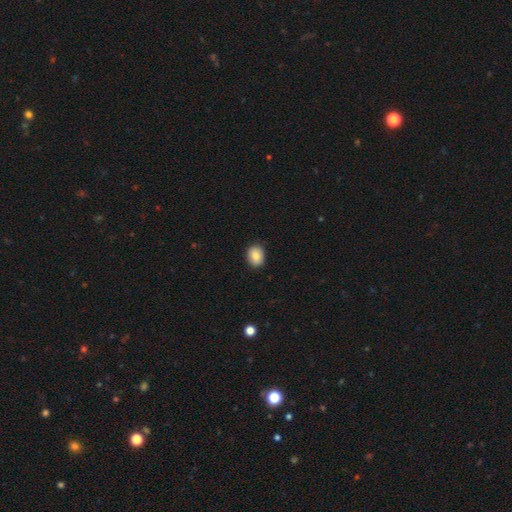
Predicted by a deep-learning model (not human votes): The model was most divided on "how rounded": in between: 55%, round: 44%, cigar-shaped: 1%. More confident: merging — none (88%); smooth or featured — smooth (86%).